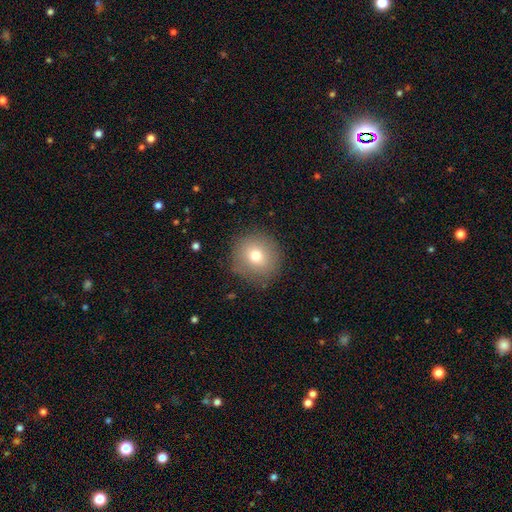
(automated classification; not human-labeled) A smooth galaxy with no disk features (75%) that is round (92%). Merging: none (86%).